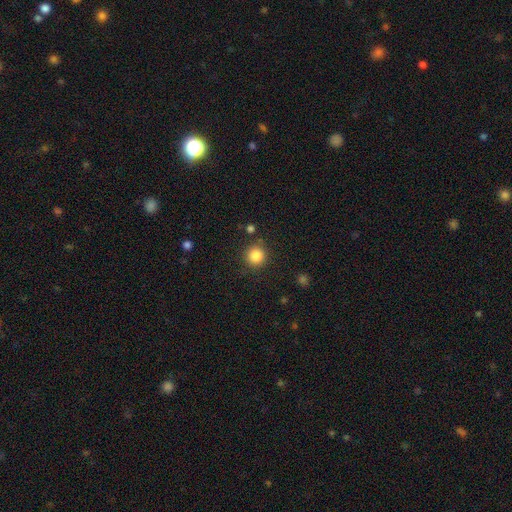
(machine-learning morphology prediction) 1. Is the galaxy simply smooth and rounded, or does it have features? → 85% smooth, 11% star or artifact, 4% featured or disk.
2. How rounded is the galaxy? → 94% round, 5% in between, 1% cigar-shaped.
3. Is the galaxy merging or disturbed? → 87% none, 7% minor disturbance, 3% major disturbance, 3% merger.